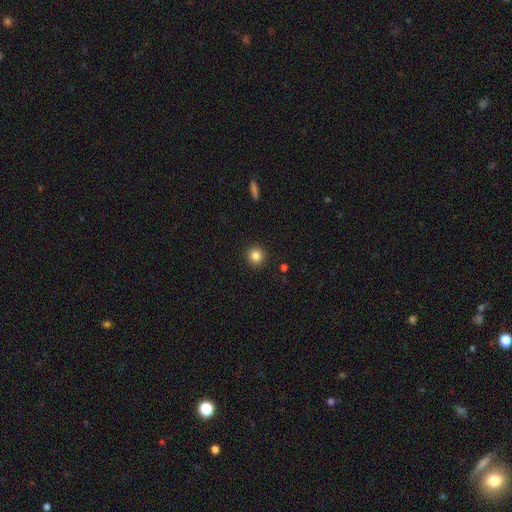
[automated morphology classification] Smooth or featured? smooth (84%)
How rounded? round (94%)
Merging? none (93%)